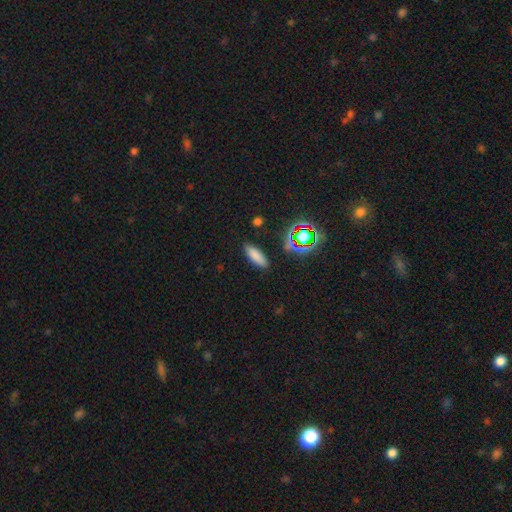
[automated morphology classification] This appears to be a smooth galaxy with no disk features (78%) that is in between round and cigar-shaped (60%). Merging: none (87%).